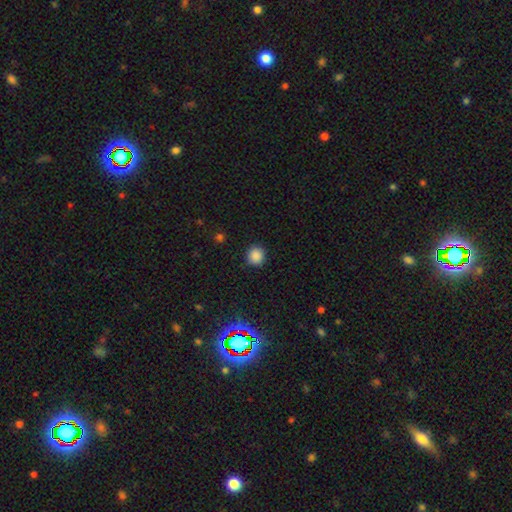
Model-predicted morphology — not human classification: smooth 85%, star or artifact 12%, featured or disk 3%. Down the decision tree: how rounded — round (90%); merging — none (89%).